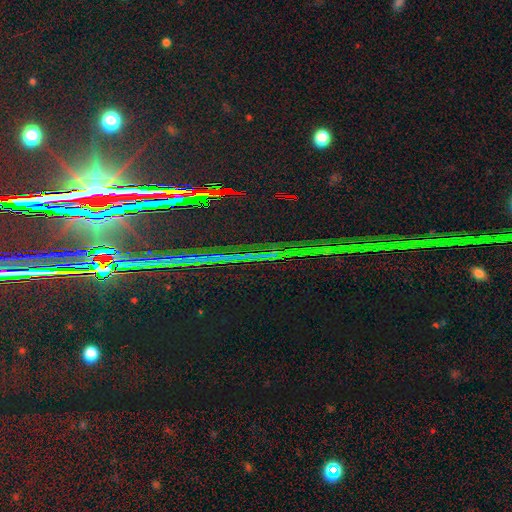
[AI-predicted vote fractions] Smooth or featured: star or artifact — 87% (featured or disk — 8%)